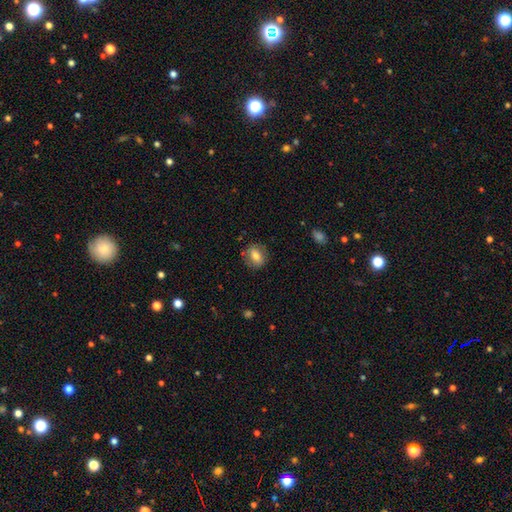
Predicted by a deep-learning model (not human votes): smooth-or-featured: smooth: 71% | featured or disk: 21% | star or artifact: 8%
  how-rounded: round: 51% | in between: 47% | cigar-shaped: 2%
  merging: none: 82% | minor disturbance: 13% | major disturbance: 4% | merger: 1%